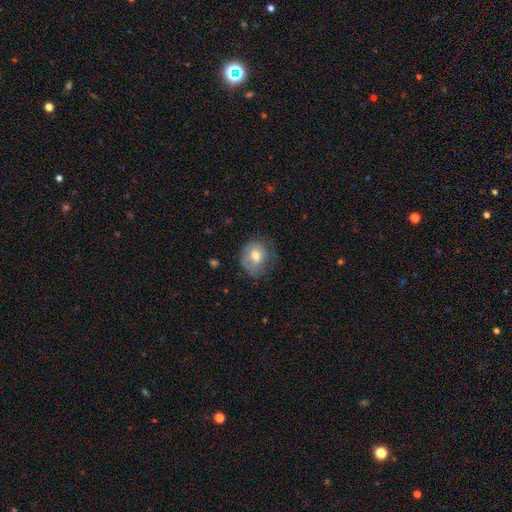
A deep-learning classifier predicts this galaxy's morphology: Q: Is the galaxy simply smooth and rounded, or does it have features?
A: smooth — 67%.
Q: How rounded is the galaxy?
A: round — 62%.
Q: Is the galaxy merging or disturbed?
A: none — 57%.